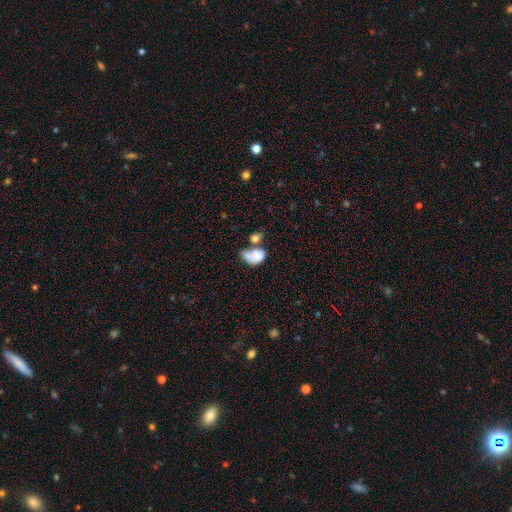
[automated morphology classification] type=smooth (68%); roundness=in between (81%); merging=merger (45%).